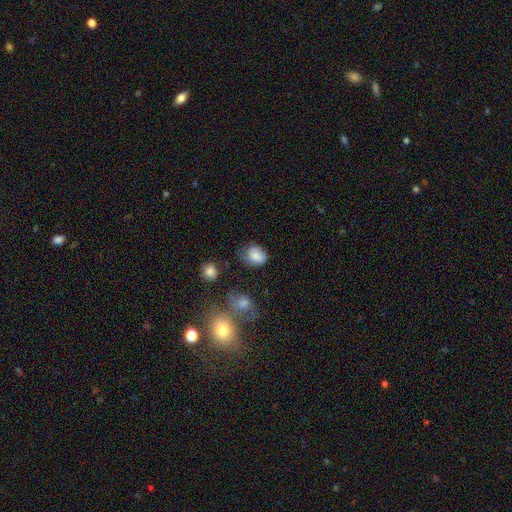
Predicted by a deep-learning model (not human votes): Q: Smooth or featured?
A: smooth (77%); runner-up: featured or disk (14%)
Q: How rounded?
A: in between (61%); runner-up: round (38%)
Q: Merging?
A: none (48%); runner-up: minor disturbance (33%)